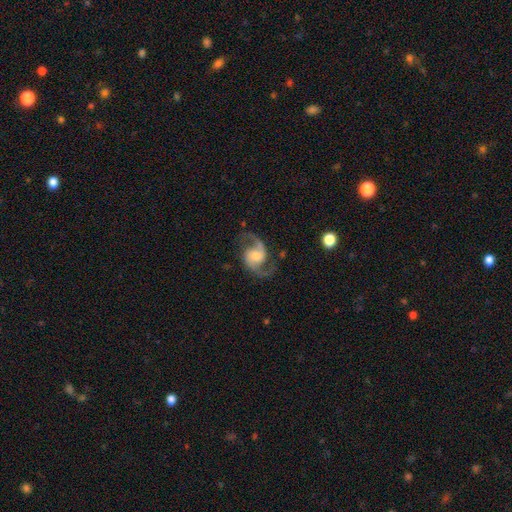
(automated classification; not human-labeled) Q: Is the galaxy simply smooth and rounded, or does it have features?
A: featured or disk — 91%.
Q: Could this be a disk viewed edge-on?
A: no — 98%.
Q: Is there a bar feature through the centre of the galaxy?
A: no — 53%.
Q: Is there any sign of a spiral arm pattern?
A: yes — 98%.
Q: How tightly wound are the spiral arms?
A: medium — 51%.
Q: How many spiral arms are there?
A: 2 — 94%.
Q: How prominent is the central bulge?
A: moderate — 46%.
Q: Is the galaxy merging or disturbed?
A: none — 79%.